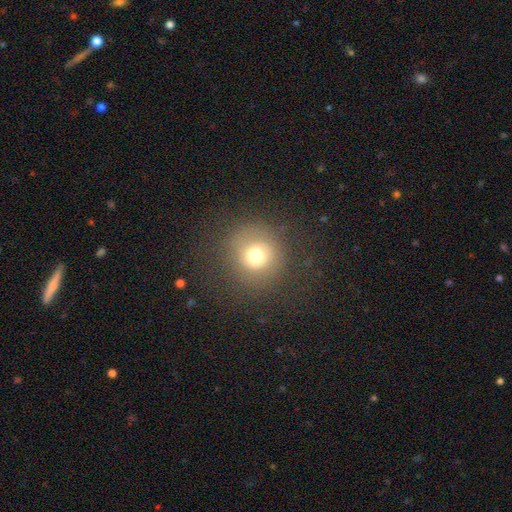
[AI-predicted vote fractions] Smooth or featured: smooth — 69% (star or artifact — 17%)
How rounded: round — 94% (in between — 5%)
Merging: none — 79% (minor disturbance — 10%)